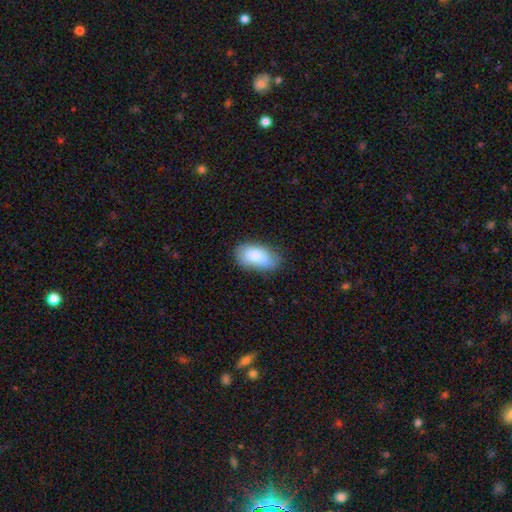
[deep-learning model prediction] smooth-or-featured: smooth: 83% | featured or disk: 10% | star or artifact: 7%
  how-rounded: in between: 94% | round: 4% | cigar-shaped: 3%
  merging: none: 74% | minor disturbance: 20% | major disturbance: 4% | merger: 1%